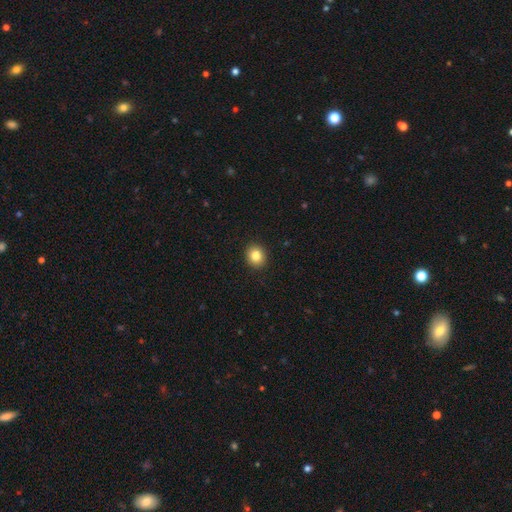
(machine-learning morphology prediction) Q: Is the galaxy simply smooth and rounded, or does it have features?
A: smooth — 83%.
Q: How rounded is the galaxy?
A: round — 78%.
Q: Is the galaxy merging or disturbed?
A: none — 92%.